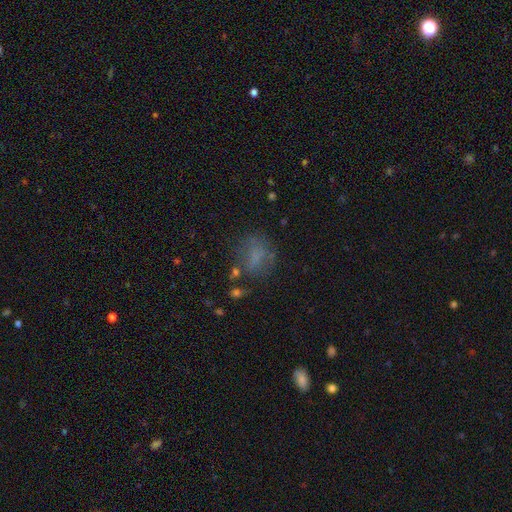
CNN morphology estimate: Smooth or featured?
  - smooth: 58% *
  - featured or disk: 23%
  - star or artifact: 19%
How rounded?
  - in between: 54% *
  - round: 44%
  - cigar-shaped: 3%
Merging?
  - none: 52% *
  - minor disturbance: 21%
  - major disturbance: 20%
  - merger: 7%